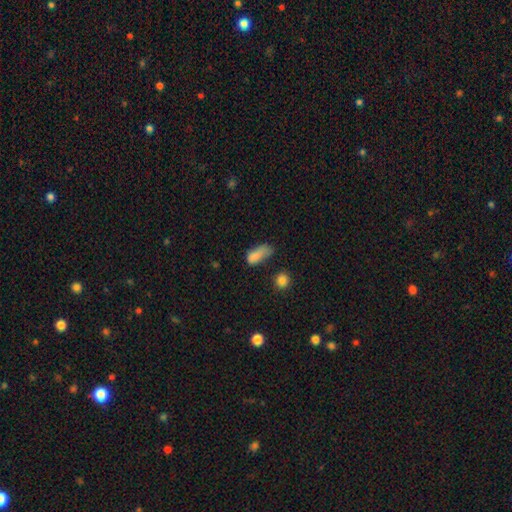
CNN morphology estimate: This is likely a smooth galaxy (79%). How rounded: likely in between (80%). Merging: marginally minor disturbance (37%).